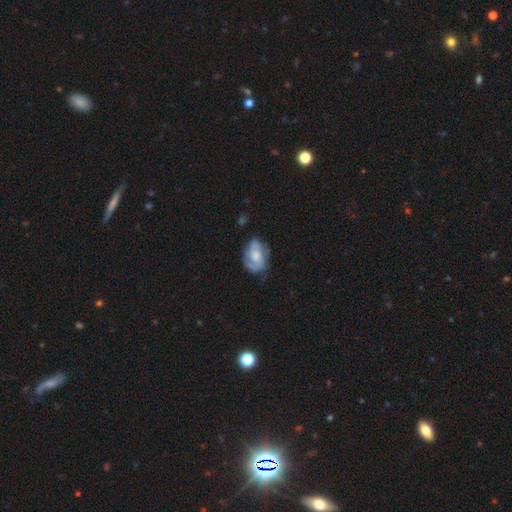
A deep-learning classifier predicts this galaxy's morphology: Q: Smooth or featured?
A: featured or disk (61%); runner-up: smooth (33%)
Q: Edge-on disk?
A: no (97%); runner-up: yes (3%)
Q: Bar?
A: no (72%); runner-up: weak (23%)
Q: Spiral arms?
A: yes (78%); runner-up: no (22%)
Q: Bulge size?
A: moderate (41%); runner-up: large (22%)
Q: Merging?
A: none (55%); runner-up: minor disturbance (28%)